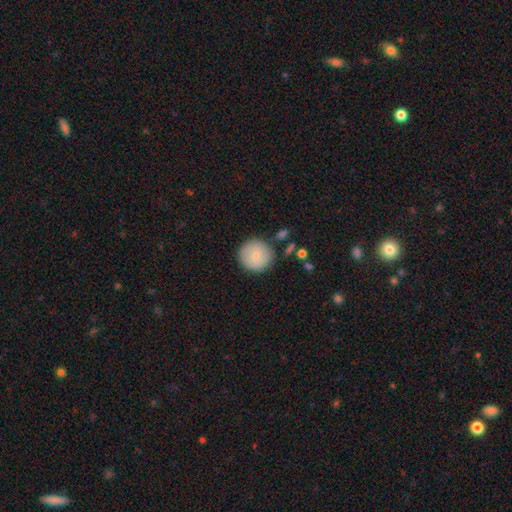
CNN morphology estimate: Smooth or featured: smooth — 81% (featured or disk — 12%)
How rounded: round — 94% (in between — 5%)
Merging: none — 84% (minor disturbance — 10%)